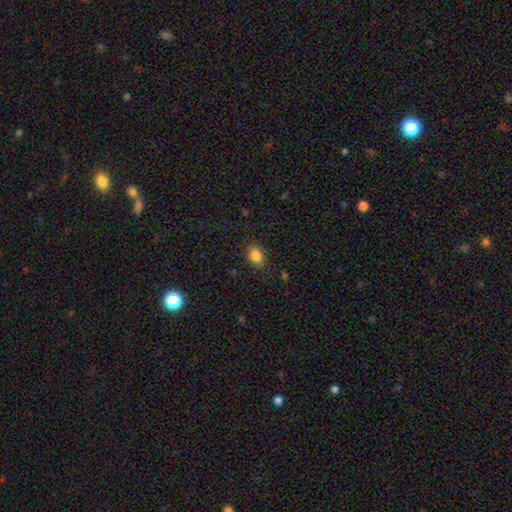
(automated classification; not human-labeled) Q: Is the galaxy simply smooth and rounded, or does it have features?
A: smooth — 84%.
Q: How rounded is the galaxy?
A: in between — 72%.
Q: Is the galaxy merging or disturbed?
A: none — 84%.